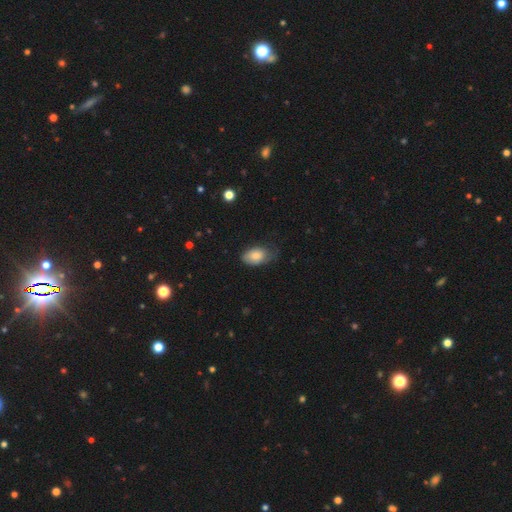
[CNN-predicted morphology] smooth-or-featured: smooth: 80% | featured or disk: 13% | star or artifact: 7%
  how-rounded: in between: 91% | round: 7% | cigar-shaped: 2%
  merging: none: 48% | minor disturbance: 38% | major disturbance: 14% | merger: 1%